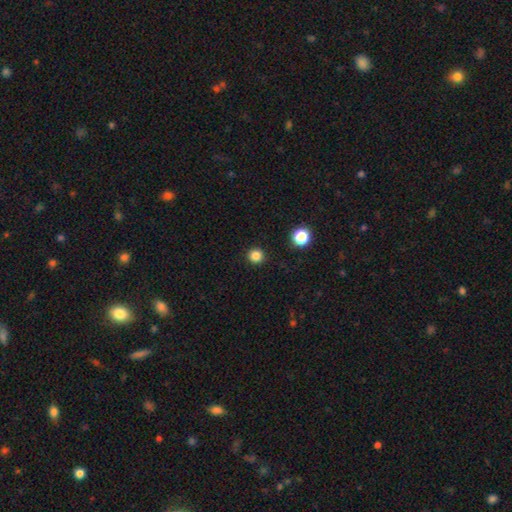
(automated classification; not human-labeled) Smooth or featured: smooth — 84% (star or artifact — 13%)
How rounded: round — 95% (in between — 4%)
Merging: none — 92% (minor disturbance — 4%)